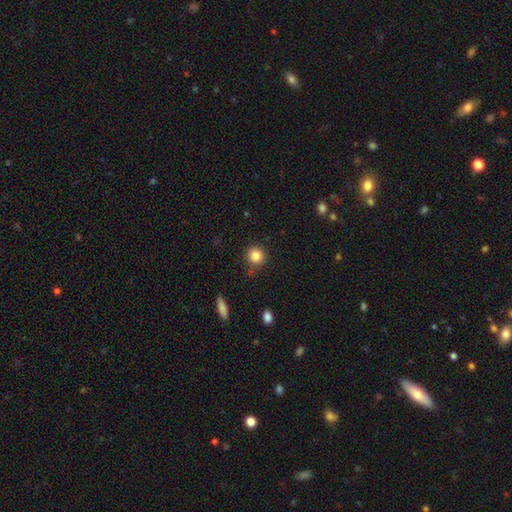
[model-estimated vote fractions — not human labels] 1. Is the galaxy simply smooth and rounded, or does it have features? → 84% smooth, 10% star or artifact, 5% featured or disk.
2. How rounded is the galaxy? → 92% round, 7% in between, 1% cigar-shaped.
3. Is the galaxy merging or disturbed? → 83% none, 11% minor disturbance, 3% merger, 3% major disturbance.